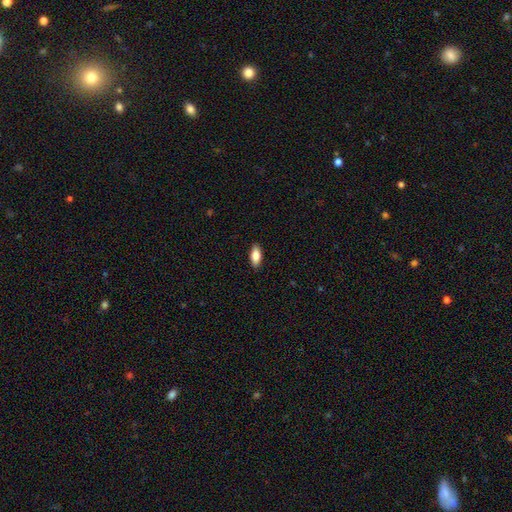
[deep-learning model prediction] The model was most divided on "how rounded": in between: 82%, cigar-shaped: 15%, round: 2%. More confident: merging — none (89%); smooth or featured — smooth (82%).